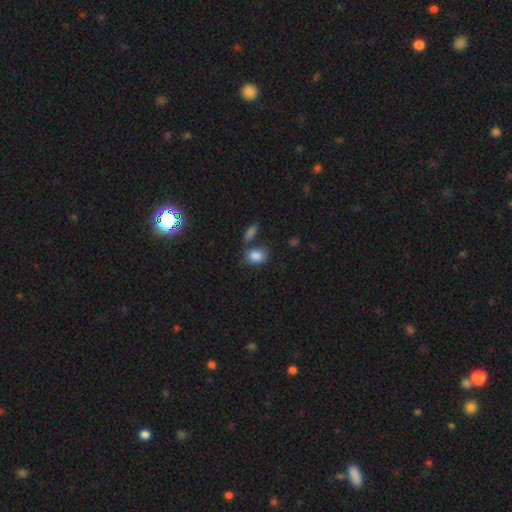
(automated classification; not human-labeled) Smooth or featured?
  - smooth: 85% *
  - star or artifact: 9%
  - featured or disk: 6%
How rounded?
  - in between: 71% *
  - round: 28%
  - cigar-shaped: 2%
Merging?
  - none: 56% *
  - merger: 20%
  - minor disturbance: 17%
  - major disturbance: 6%